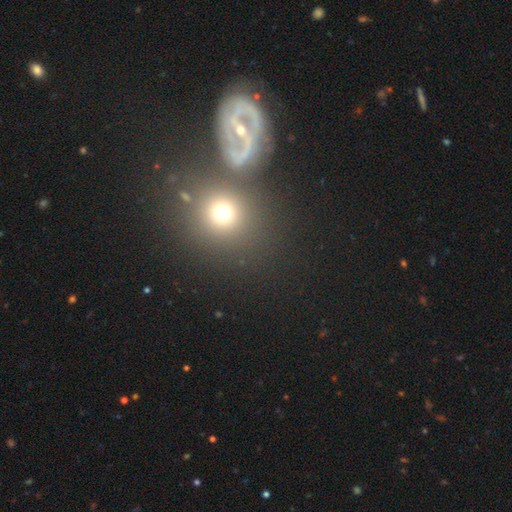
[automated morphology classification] This appears to be a smooth galaxy with no disk features (53%) that is round (79%). Merging: none (68%).